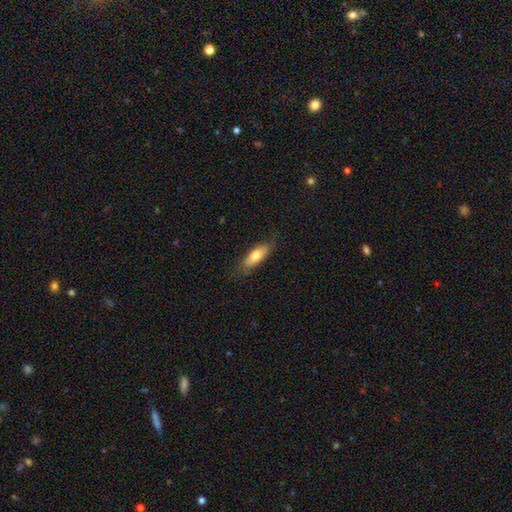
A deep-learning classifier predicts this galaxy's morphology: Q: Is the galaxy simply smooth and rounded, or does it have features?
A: smooth — 73%.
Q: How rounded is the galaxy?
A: in between — 62%.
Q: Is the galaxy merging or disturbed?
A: none — 76%.